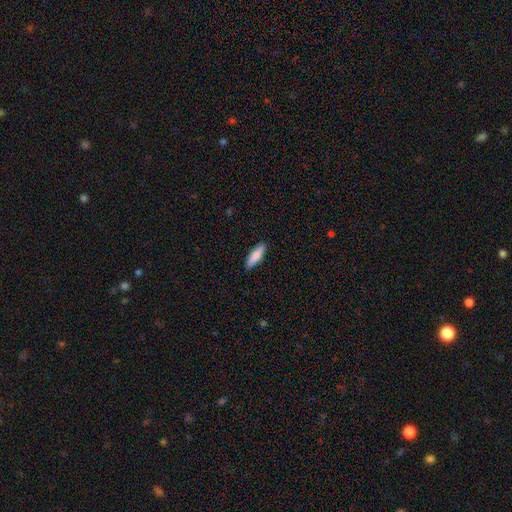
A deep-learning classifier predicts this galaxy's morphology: Smooth or featured? Predicted: smooth (p=0.82). How rounded? Predicted: cigar-shaped (p=0.55). Merging? Predicted: none (p=0.89).